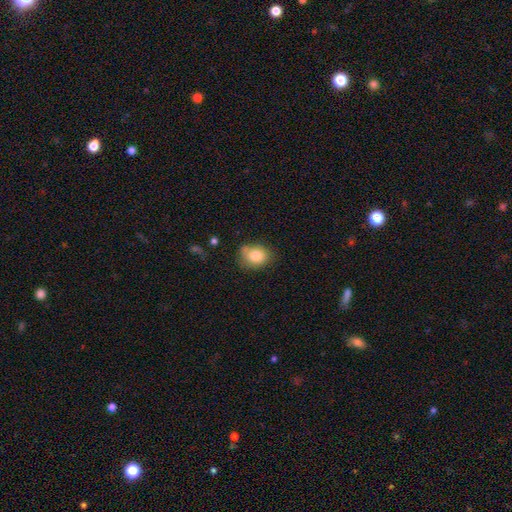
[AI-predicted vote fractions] The model was most divided on "how rounded": in between: 54%, round: 45%, cigar-shaped: 1%. More confident: smooth or featured — smooth (81%); merging — none (61%).